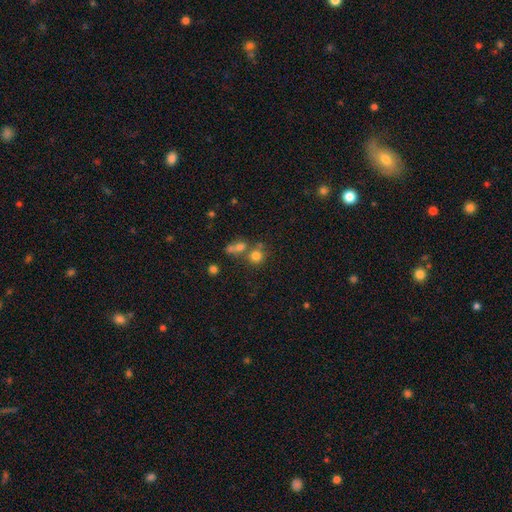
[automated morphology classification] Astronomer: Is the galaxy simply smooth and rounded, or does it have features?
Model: smooth — 74%.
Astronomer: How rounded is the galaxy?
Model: round — 86%.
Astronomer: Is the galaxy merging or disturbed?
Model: none — 53% (runner-up: merger, 33%).